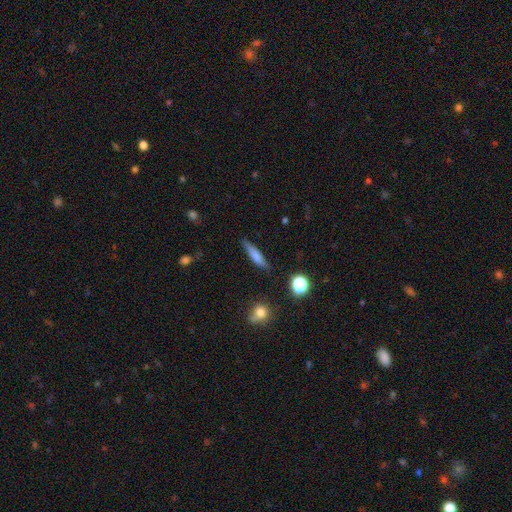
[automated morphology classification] smooth_or_featured: smooth (p=0.68) [alt: featured or disk p=0.23]
how_rounded: cigar-shaped (p=0.82) [alt: in between p=0.15]
merging: none (p=0.81) [alt: minor disturbance p=0.13]